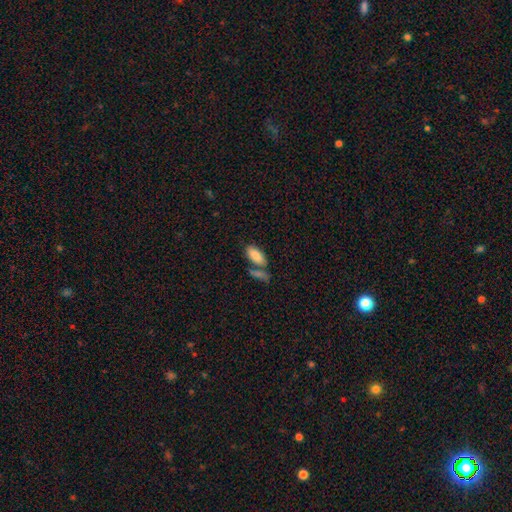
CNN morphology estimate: smooth-or-featured: smooth: 84% | featured or disk: 9% | star or artifact: 7%
  how-rounded: in between: 89% | cigar-shaped: 9% | round: 2%
  merging: none: 50% | merger: 33% | minor disturbance: 12% | major disturbance: 5%